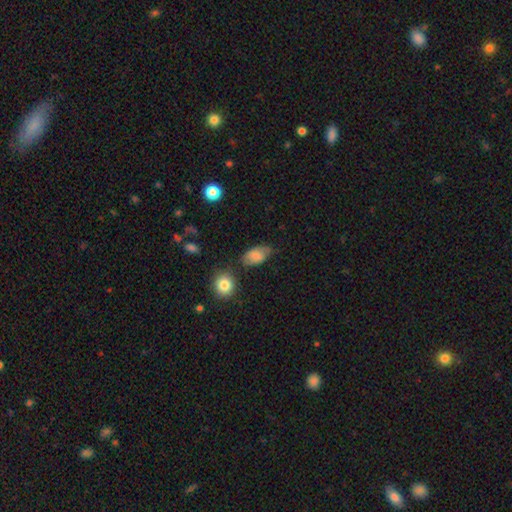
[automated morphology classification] smooth_or_featured: smooth (p=0.79) [alt: featured or disk p=0.13]
how_rounded: in between (p=0.90) [alt: round p=0.07]
merging: none (p=0.64) [alt: minor disturbance p=0.26]